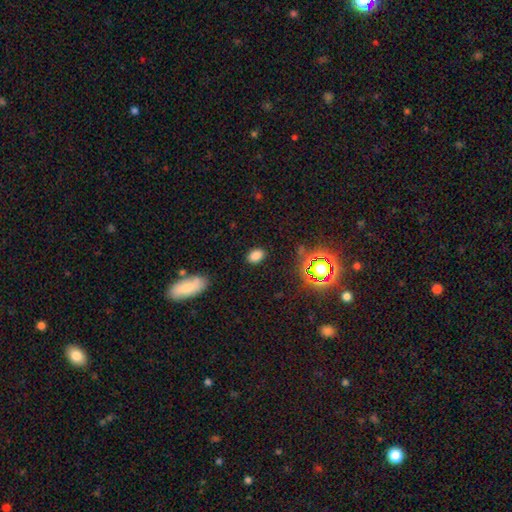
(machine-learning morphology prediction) Smooth or featured? Predicted: smooth (p=0.78). How rounded? Predicted: in between (p=0.84). Merging? Predicted: none (p=0.86).